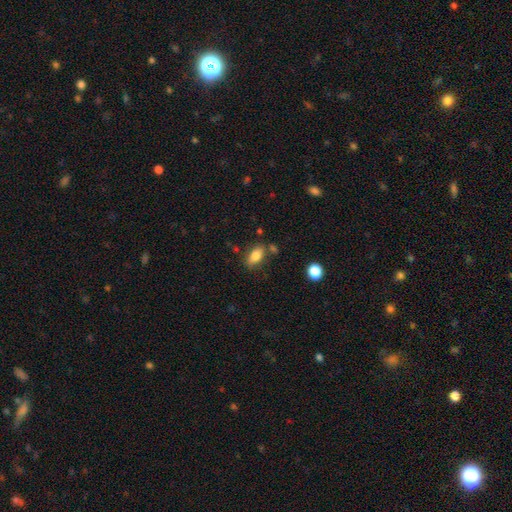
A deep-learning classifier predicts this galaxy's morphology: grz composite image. It shows a smooth galaxy with no disk features (80%) that is in between round and cigar-shaped (87%). Merging: none (73%).